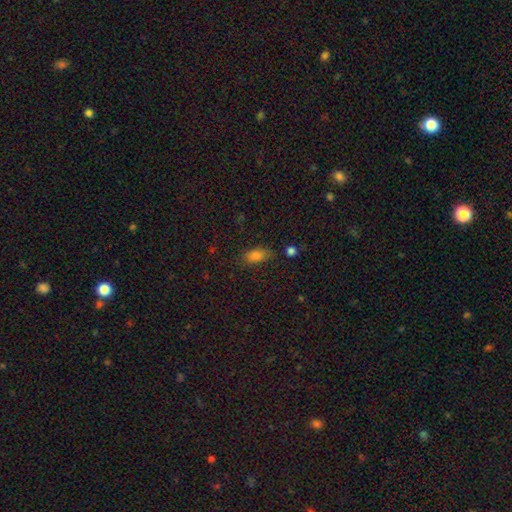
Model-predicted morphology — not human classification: smooth 79%, star or artifact 14%, featured or disk 7%. Down the decision tree: how rounded — in between (87%); merging — none (69%).